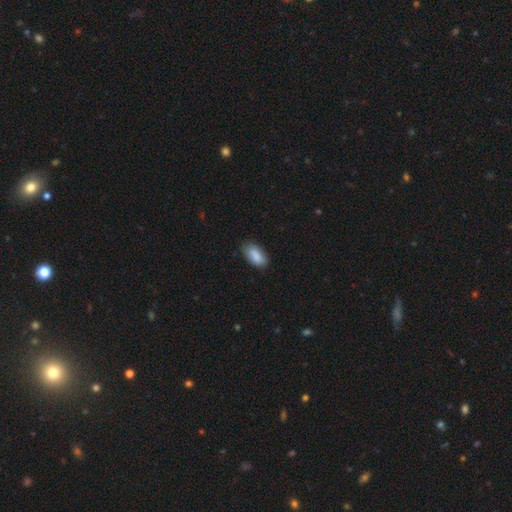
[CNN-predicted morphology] This is clearly a smooth galaxy (87%). How rounded: clearly in between (92%). Merging: likely none (78%).